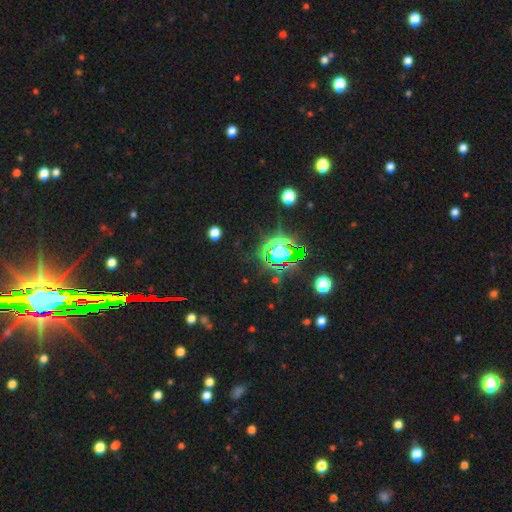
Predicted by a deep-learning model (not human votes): Morphology: type=star or artifact (76%).